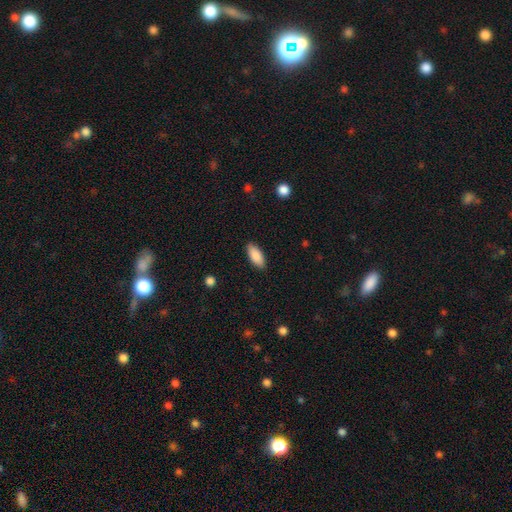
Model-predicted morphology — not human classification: The model was most divided on "how rounded": in between: 86%, cigar-shaped: 12%, round: 2%. More confident: smooth or featured — smooth (89%); merging — none (88%).